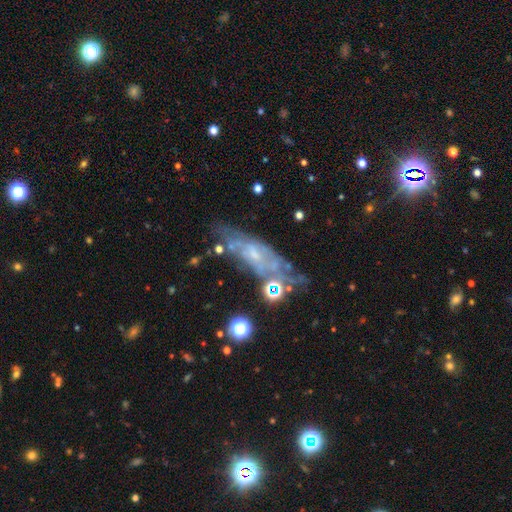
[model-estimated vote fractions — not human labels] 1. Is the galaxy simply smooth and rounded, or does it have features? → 66% featured or disk, 20% smooth, 14% star or artifact.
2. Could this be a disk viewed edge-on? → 74% no, 26% yes.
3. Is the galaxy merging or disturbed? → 52% none, 22% minor disturbance, 14% major disturbance, 12% merger.